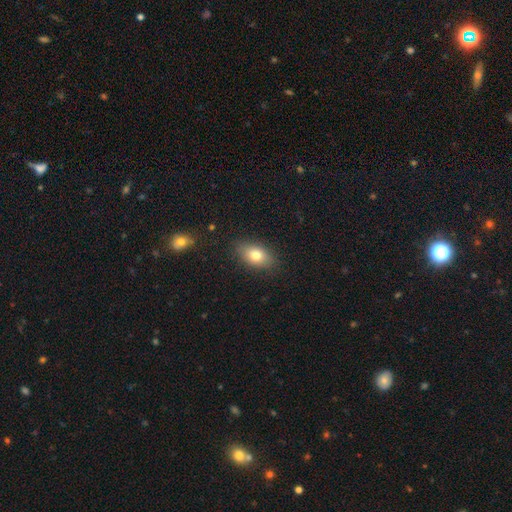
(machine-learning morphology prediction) type=smooth (77%); roundness=in between (86%); merging=none (85%).